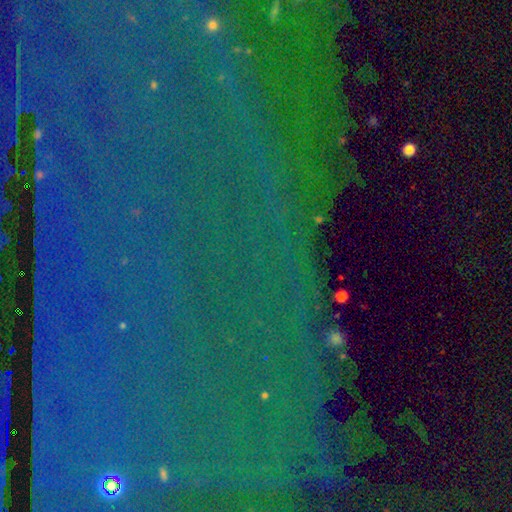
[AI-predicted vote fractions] smooth_or_featured: star or artifact (p=0.87) [alt: featured or disk p=0.07]